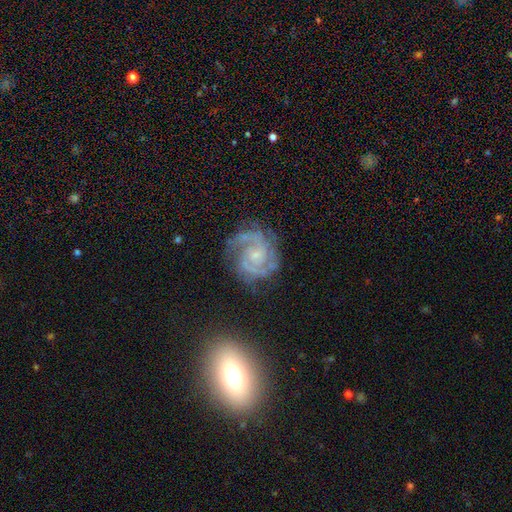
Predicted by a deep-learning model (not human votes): Smooth or featured: featured or disk — 89% (star or artifact — 6%)
Edge-on disk: no — 98% (yes — 2%)
Bar: no — 64% (weak — 30%)
Spiral arms: yes — 98% (no — 2%)
Spiral winding: tight — 56% (medium — 39%)
Spiral arm count: 2 — 66% (3 — 17%)
Bulge size: small — 69% (moderate — 22%)
Merging: none — 73% (minor disturbance — 17%)